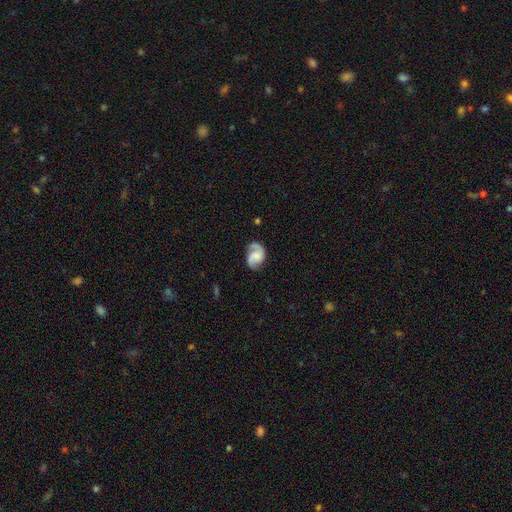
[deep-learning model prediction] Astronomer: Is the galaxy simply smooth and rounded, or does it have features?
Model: featured or disk — 74%.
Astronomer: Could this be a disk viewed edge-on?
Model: no — 98%.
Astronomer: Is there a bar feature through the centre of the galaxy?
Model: no — 60%.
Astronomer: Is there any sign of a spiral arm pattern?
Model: yes — 96%.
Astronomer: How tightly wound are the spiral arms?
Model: medium — 48% (runner-up: tight, 26%).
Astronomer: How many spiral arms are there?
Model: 2 — 83%.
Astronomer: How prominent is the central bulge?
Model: none — 35% (runner-up: small, 30%).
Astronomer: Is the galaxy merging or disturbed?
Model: none — 69%.